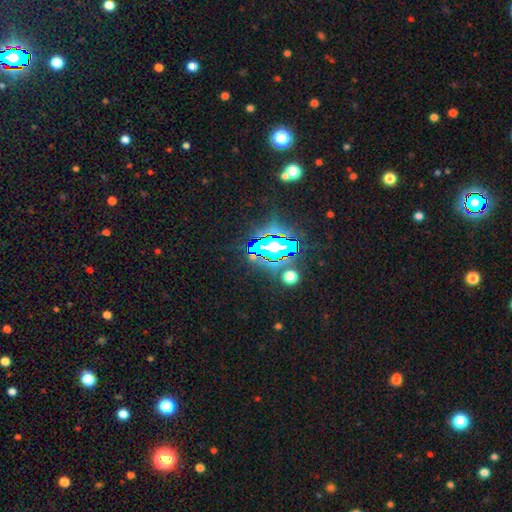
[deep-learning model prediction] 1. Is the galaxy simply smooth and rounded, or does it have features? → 75% star or artifact, 14% smooth, 11% featured or disk.